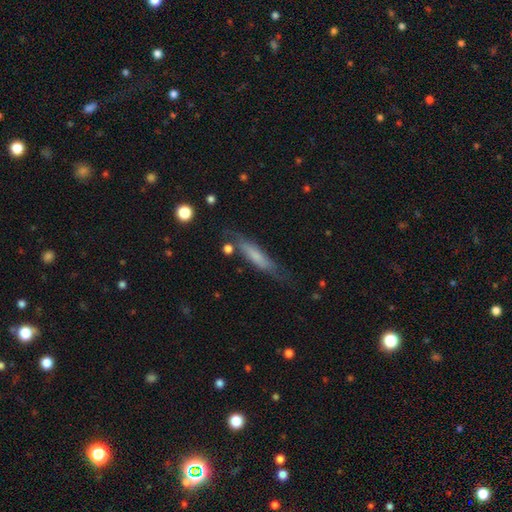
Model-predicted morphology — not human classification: smooth 55%, featured or disk 37%, star or artifact 7%. Down the decision tree: how rounded — cigar-shaped (83%); merging — none (67%).